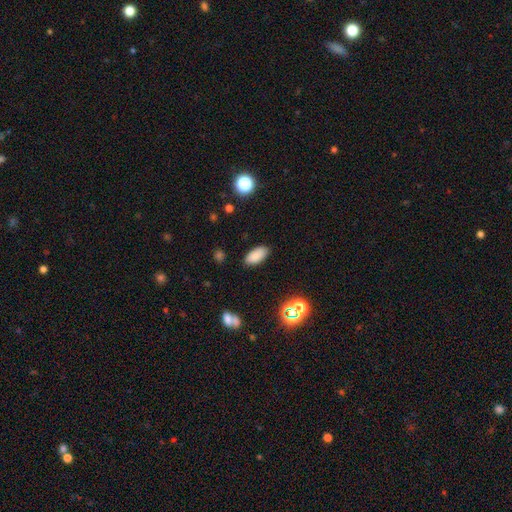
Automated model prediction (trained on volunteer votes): This appears to be a smooth galaxy with no disk features (86%) that is in between round and cigar-shaped (90%). Merging: none (87%).